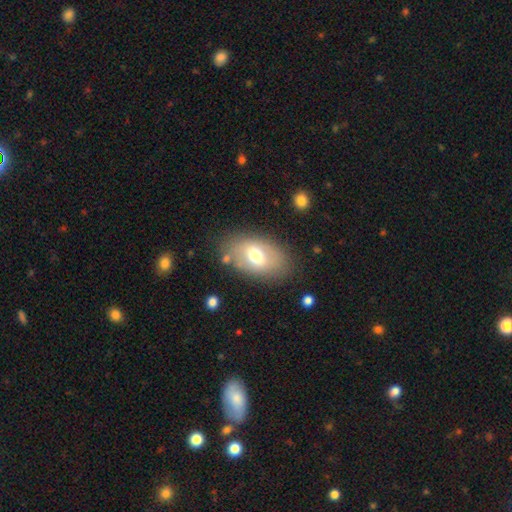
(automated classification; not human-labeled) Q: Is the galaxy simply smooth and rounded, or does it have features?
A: smooth — 58%.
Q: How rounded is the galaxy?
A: in between — 89%.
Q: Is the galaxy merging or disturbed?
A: none — 77%.